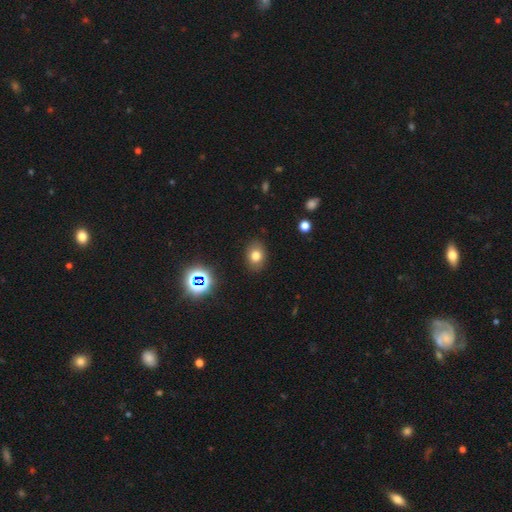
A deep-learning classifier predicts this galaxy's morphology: Overall: smooth (75%). How rounded: in between (64%; round 35%). Merging: none (87%).